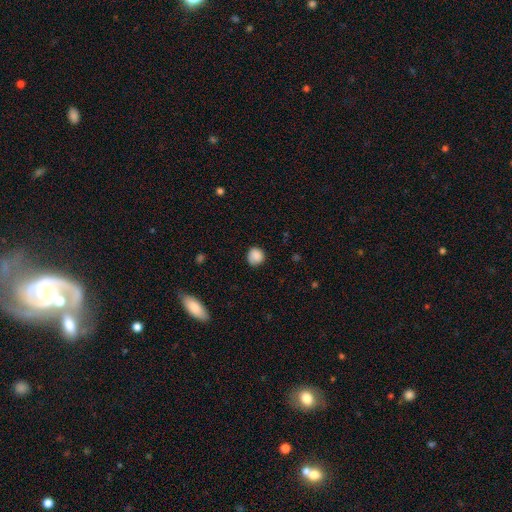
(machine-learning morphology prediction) The model was most divided on "merging": none: 79%, minor disturbance: 16%, major disturbance: 3%, merger: 1%. More confident: how rounded — round (87%); smooth or featured — smooth (86%).